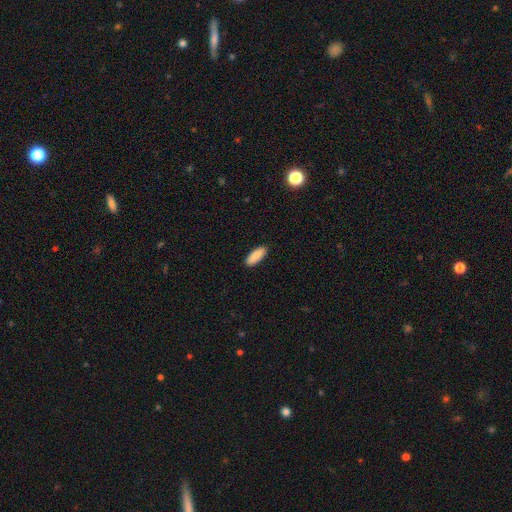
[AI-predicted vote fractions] Smooth or featured: smooth — 87% (featured or disk — 7%)
How rounded: in between — 73% (cigar-shaped — 25%)
Merging: none — 90% (minor disturbance — 7%)